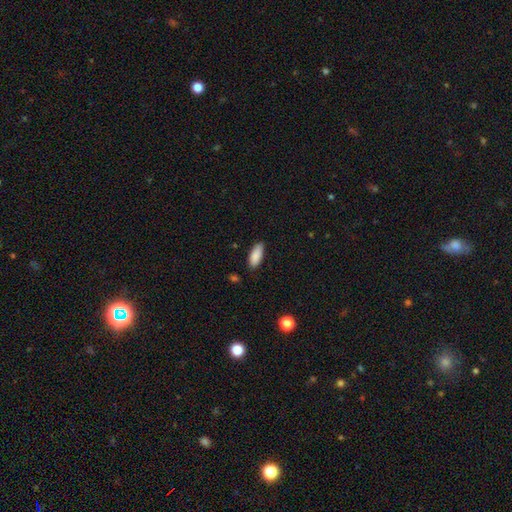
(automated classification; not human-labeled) smooth-or-featured: smooth: 89% | star or artifact: 7% | featured or disk: 5%
  how-rounded: in between: 80% | cigar-shaped: 18% | round: 2%
  merging: none: 80% | minor disturbance: 16% | major disturbance: 2% | merger: 1%